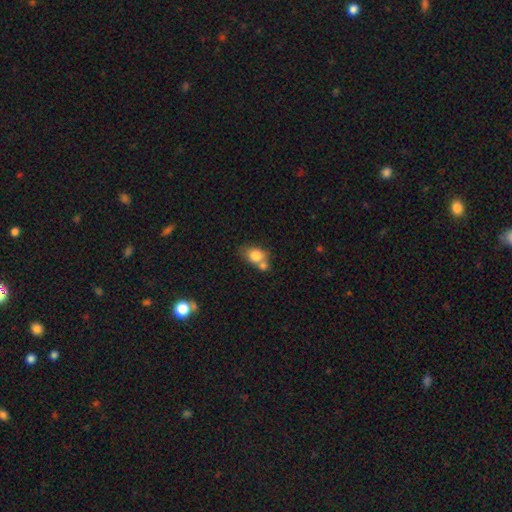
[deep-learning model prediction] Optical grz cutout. It shows a smooth galaxy with no disk features (79%) that is in between round and cigar-shaped (55%). Merging: merger (43%).